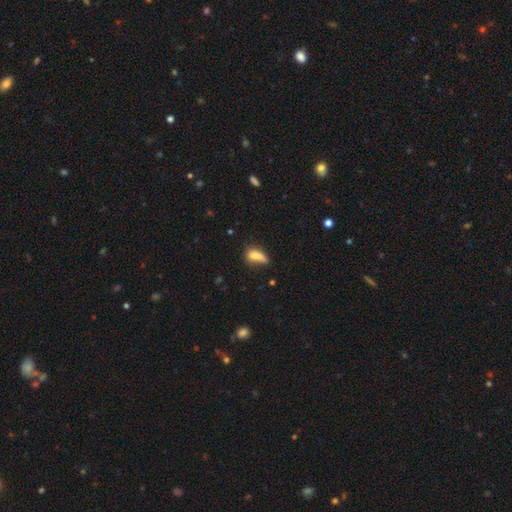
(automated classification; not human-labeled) Overall: smooth (71%). How rounded: in between (71%). Merging: none (32%; minor disturbance 27%).